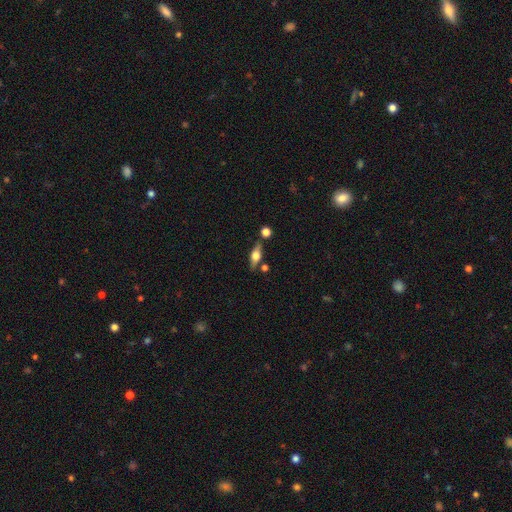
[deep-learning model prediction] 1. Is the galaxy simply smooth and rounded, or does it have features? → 57% featured or disk, 35% smooth, 8% star or artifact.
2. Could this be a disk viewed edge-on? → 92% yes, 8% no.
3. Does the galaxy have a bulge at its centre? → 92% rounded, 6% boxy, 2% none.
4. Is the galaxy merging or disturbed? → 76% none, 12% minor disturbance, 9% merger, 3% major disturbance.